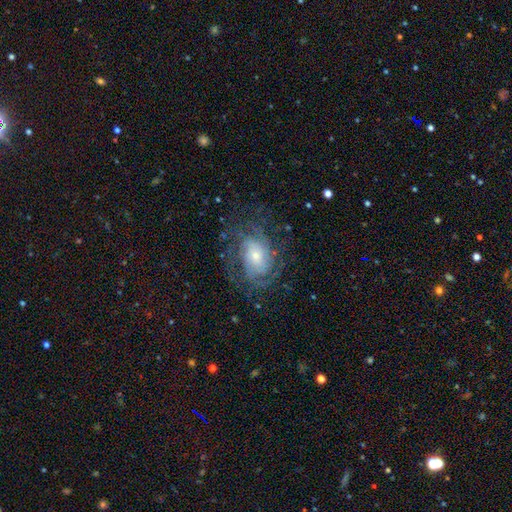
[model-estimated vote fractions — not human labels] featured or disk 78%, smooth 15%, star or artifact 8%. Down the decision tree: edge-on disk — no (96%); bar — no (65%); spiral arms — yes (91%); spiral arm count — can't tell (41%); spiral winding — tight (50%); bulge size — small (52%); merging — none (66%).